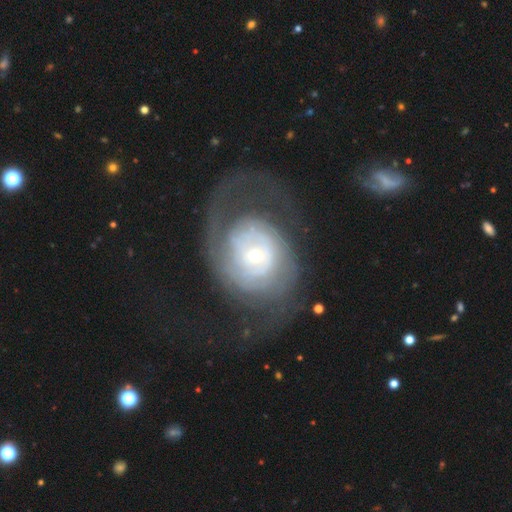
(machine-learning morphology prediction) featured or disk 75%, smooth 18%, star or artifact 7%. Down the decision tree: edge-on disk — no (96%); bar — no (78%); spiral arms — yes (78%); spiral arm count — can't tell (40%); spiral winding — tight (54%); bulge size — small (69%); merging — major disturbance (41%, tied with none).